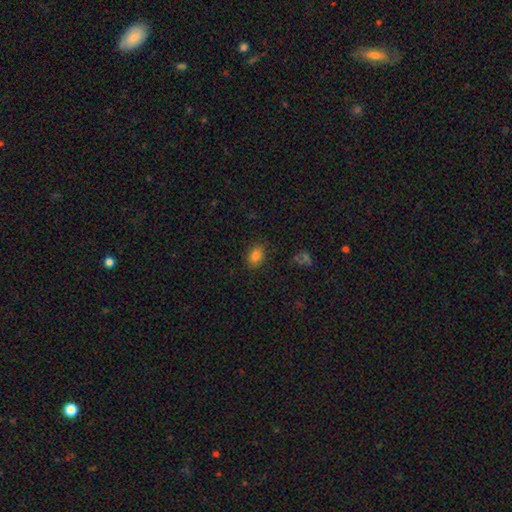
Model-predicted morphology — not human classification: A smooth galaxy with no disk features (82%) that is in between round and cigar-shaped (69%).

Vote fractions:
- Smooth or featured? smooth: 82% / star or artifact: 12% / featured or disk: 6%
- How rounded? in between: 69% / round: 30% / cigar-shaped: 1%
- Merging? none: 84% / minor disturbance: 11% / major disturbance: 3% / merger: 2%